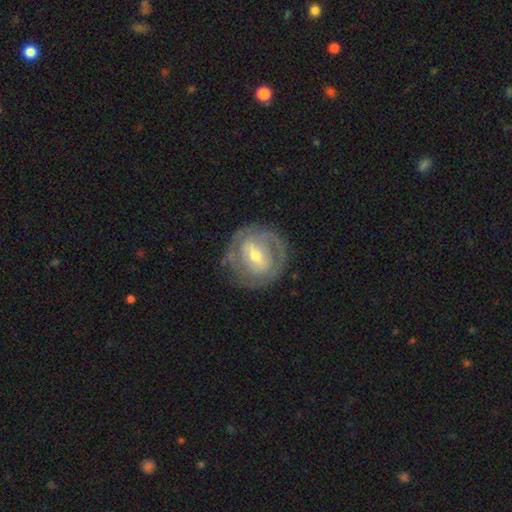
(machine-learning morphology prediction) A featured or disk galaxy (73%) with a weak bar (43%), spiral arms (68%) and a moderate central bulge (59%). Merging: none (76%).